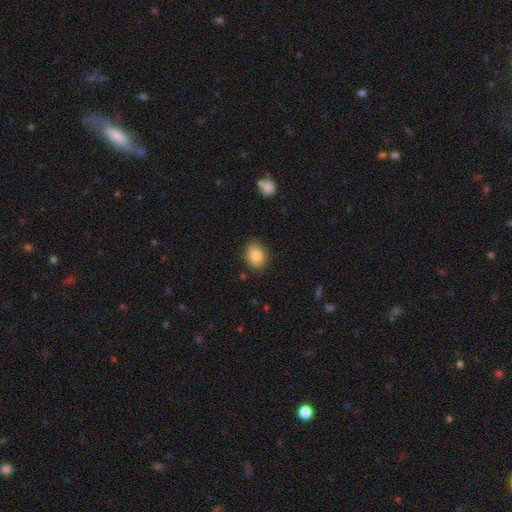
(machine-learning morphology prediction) Q: Smooth or featured?
A: smooth (83%); runner-up: star or artifact (8%)
Q: How rounded?
A: in between (66%); runner-up: round (33%)
Q: Merging?
A: none (86%); runner-up: minor disturbance (11%)